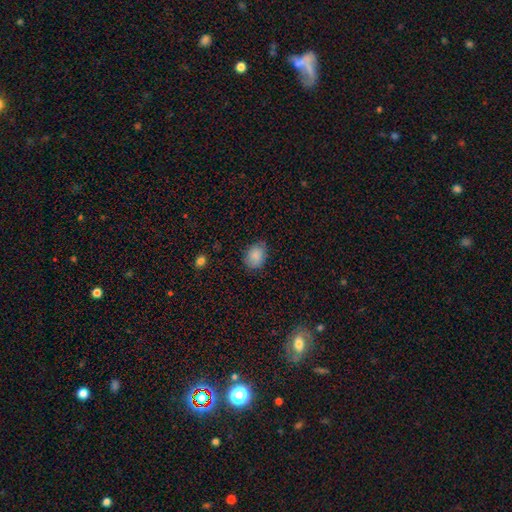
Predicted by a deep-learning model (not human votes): smooth 86%, star or artifact 8%, featured or disk 6%. Down the decision tree: how rounded — in between (71%); merging — none (80%).